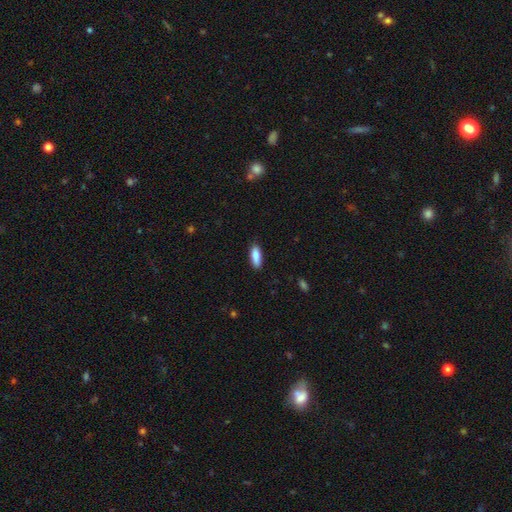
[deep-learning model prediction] A smooth galaxy with no disk features (84%) that is in between round and cigar-shaped (63%).

Vote fractions:
- Smooth or featured? smooth: 84% / featured or disk: 9% / star or artifact: 6%
- How rounded? in between: 63% / cigar-shaped: 36% / round: 2%
- Merging? none: 85% / minor disturbance: 12% / major disturbance: 2% / merger: 1%